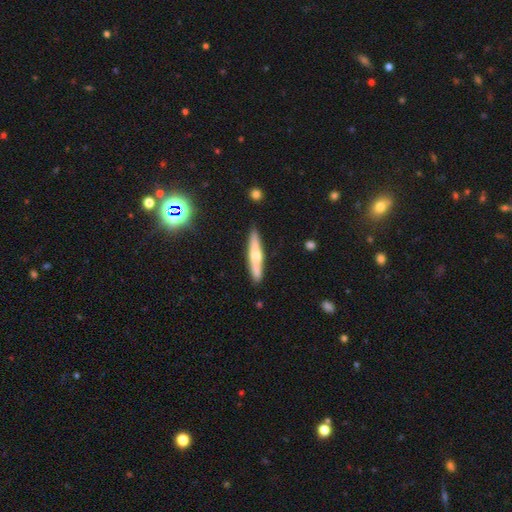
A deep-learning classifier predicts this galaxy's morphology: Q: Smooth or featured?
A: featured or disk (47%); tied with: smooth (47%)
Q: Merging?
A: none (87%); runner-up: minor disturbance (10%)